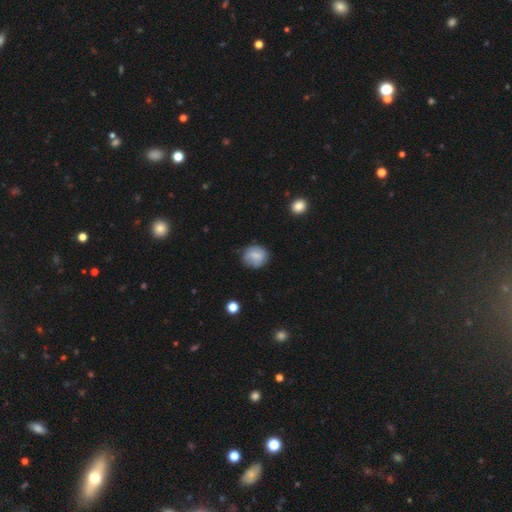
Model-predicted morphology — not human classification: A smooth galaxy with no disk features (73%) that is round (77%).

Vote fractions:
- Smooth or featured? smooth: 73% / featured or disk: 19% / star or artifact: 8%
- How rounded? round: 77% / in between: 22% / cigar-shaped: 1%
- Merging? none: 73% / minor disturbance: 20% / major disturbance: 5% / merger: 2%